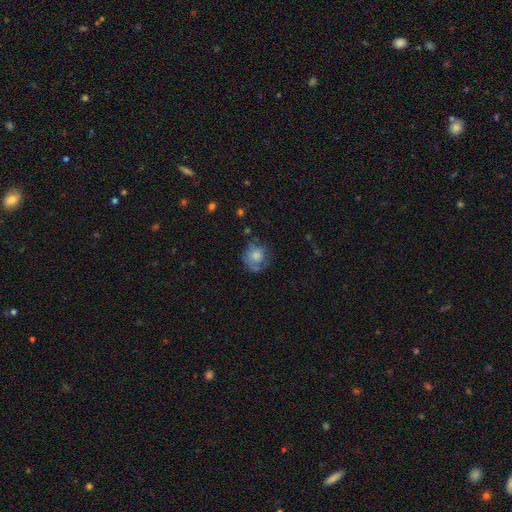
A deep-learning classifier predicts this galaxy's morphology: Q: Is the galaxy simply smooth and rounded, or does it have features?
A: smooth — 69%.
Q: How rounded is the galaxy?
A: round — 81%.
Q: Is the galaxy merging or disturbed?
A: none — 56%.